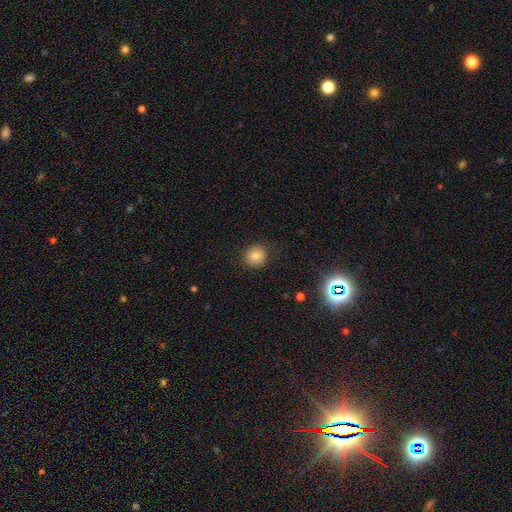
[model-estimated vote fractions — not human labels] Smooth or featured? Predicted: smooth (p=0.79). How rounded? Predicted: round (p=0.89). Merging? Predicted: none (p=0.87).